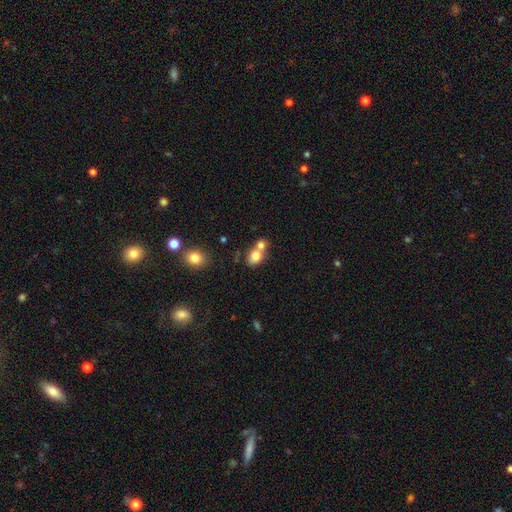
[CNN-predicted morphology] A smooth galaxy with no disk features (78%) that is in between round and cigar-shaped (51%).

Vote fractions:
- Smooth or featured? smooth: 78% / featured or disk: 12% / star or artifact: 10%
- How rounded? in between: 51% / round: 47% / cigar-shaped: 1%
- Merging? merger: 56% / none: 32% / minor disturbance: 8% / major disturbance: 4%